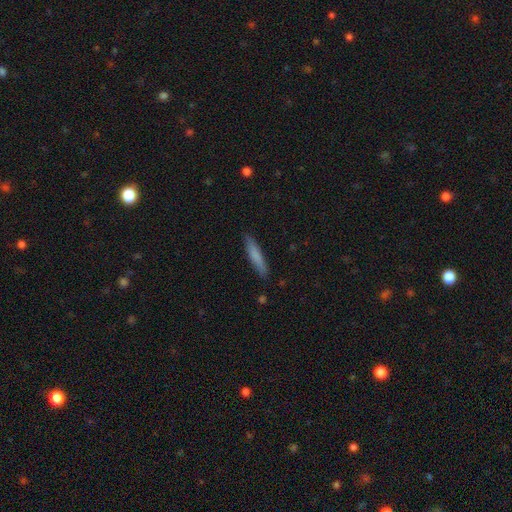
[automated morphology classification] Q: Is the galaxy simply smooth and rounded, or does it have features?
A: smooth — 75%.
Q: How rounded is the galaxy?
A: cigar-shaped — 91%.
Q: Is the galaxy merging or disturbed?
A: none — 88%.